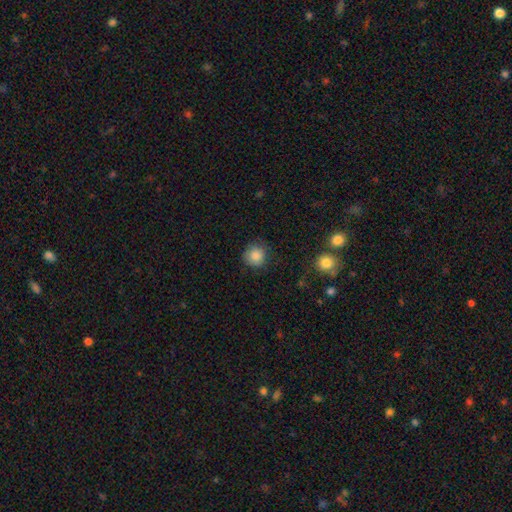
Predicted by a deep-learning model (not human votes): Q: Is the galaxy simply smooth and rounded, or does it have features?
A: smooth — 85%.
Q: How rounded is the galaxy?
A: round — 92%.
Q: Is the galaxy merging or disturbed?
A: none — 81%.